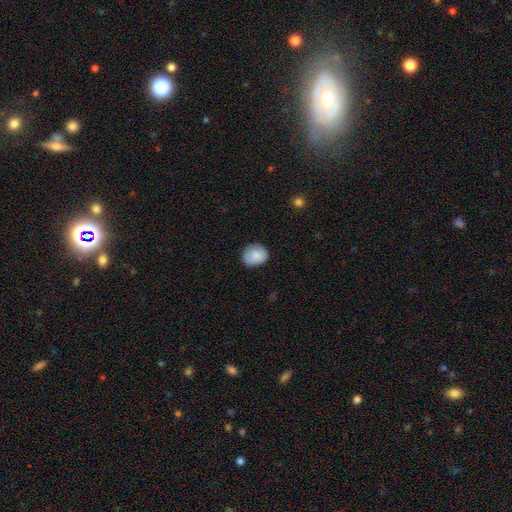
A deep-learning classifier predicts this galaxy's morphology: smooth 87%, star or artifact 7%, featured or disk 5%. Down the decision tree: how rounded — round (61%); merging — none (80%).